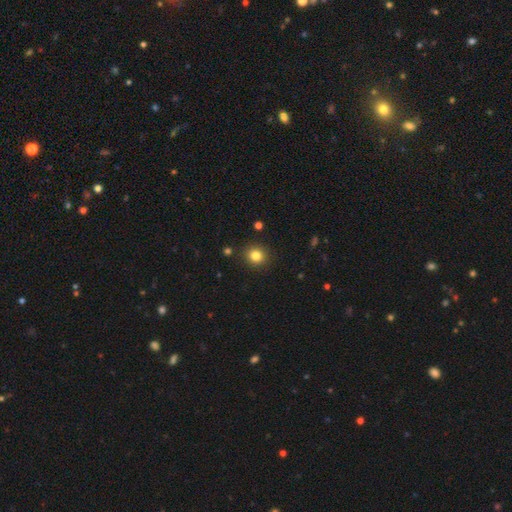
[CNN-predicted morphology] type=smooth (82%); roundness=round (84%); merging=none (90%).